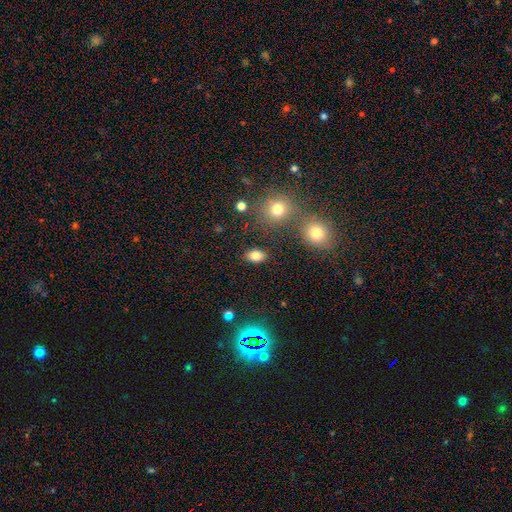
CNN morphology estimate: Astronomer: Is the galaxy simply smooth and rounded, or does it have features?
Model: smooth — 83%.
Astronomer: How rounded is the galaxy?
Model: in between — 80%.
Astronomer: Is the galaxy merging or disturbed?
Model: none — 85%.